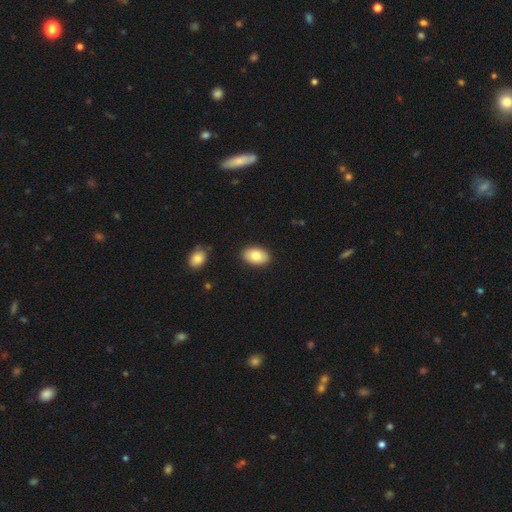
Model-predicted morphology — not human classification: type=smooth (79%); roundness=in between (92%); merging=none (89%).